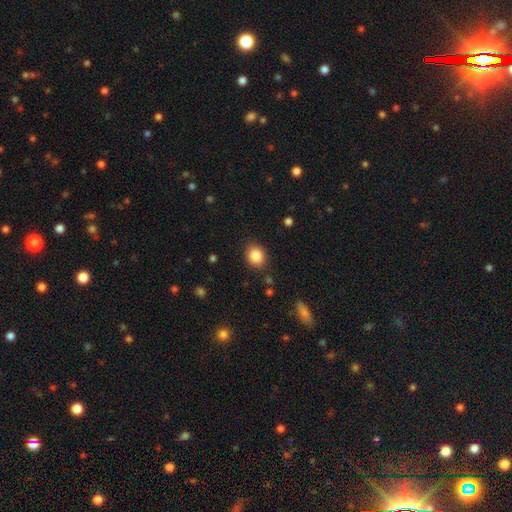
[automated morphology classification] smooth-or-featured: smooth: 85% | star or artifact: 10% | featured or disk: 5%
  how-rounded: round: 60% | in between: 39% | cigar-shaped: 1%
  merging: none: 87% | minor disturbance: 9% | major disturbance: 3% | merger: 1%